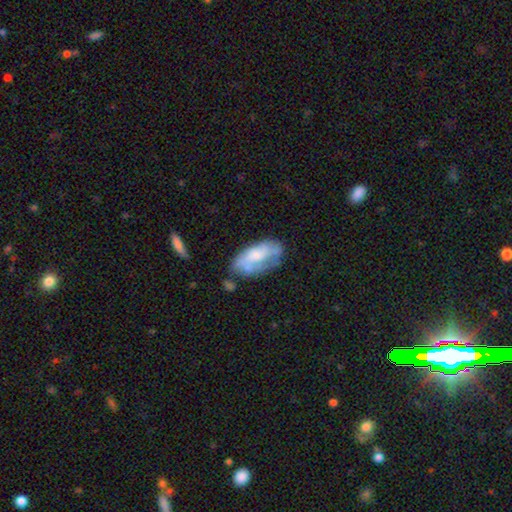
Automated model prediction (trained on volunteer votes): smooth_or_featured: smooth (p=0.51) [alt: featured or disk p=0.42]
how_rounded: in between (p=0.89) [alt: cigar-shaped p=0.08]
merging: none (p=0.47) [alt: minor disturbance p=0.30]